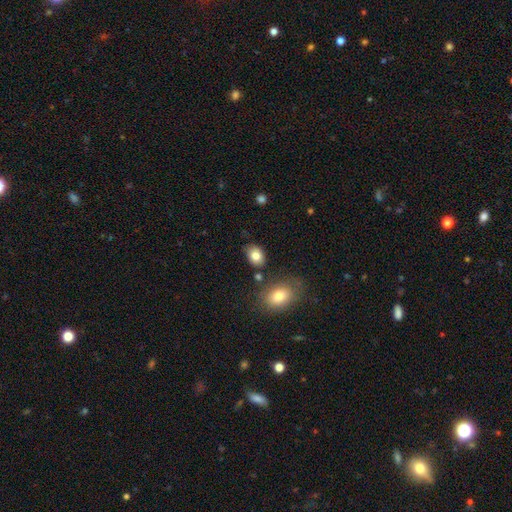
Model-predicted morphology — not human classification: smooth_or_featured: smooth (p=0.82) [alt: featured or disk p=0.09]
how_rounded: in between (p=0.74) [alt: round p=0.25]
merging: none (p=0.77) [alt: minor disturbance p=0.14]